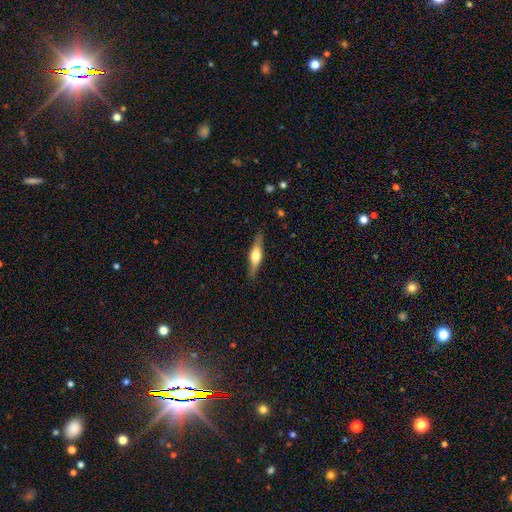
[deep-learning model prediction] Morphology: type=featured or disk (57%); edge-on=yes (94%); edge-on bulge=rounded (91%); merging=none (86%).